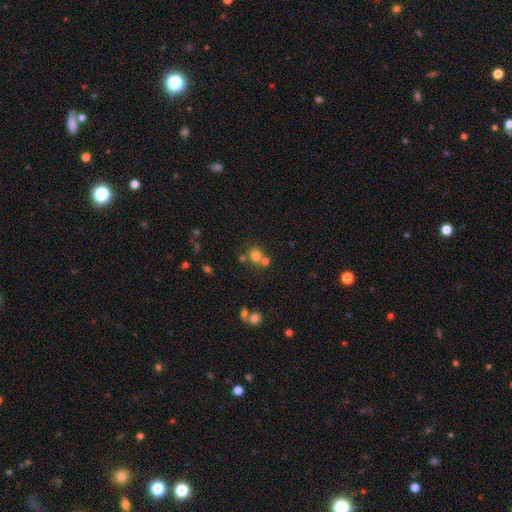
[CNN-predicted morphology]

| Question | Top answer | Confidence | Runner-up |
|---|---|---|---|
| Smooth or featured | smooth | 74% | star or artifact (17%) |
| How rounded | round | 85% | in between (14%) |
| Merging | none | 57% | merger (31%) |